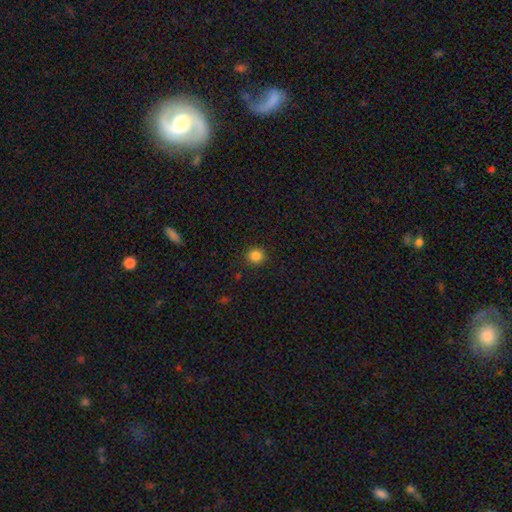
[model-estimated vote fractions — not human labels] Smooth or featured? Predicted: smooth (p=0.85). How rounded? Predicted: round (p=0.88). Merging? Predicted: none (p=0.91).